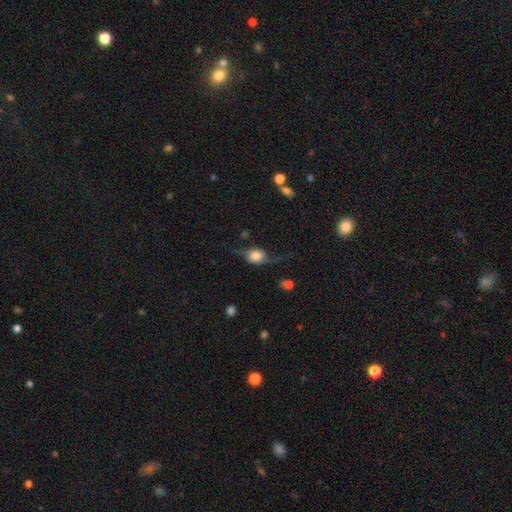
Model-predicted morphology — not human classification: smooth_or_featured: smooth (p=0.48) [alt: featured or disk p=0.44]
merging: none (p=0.42) [alt: minor disturbance p=0.27]